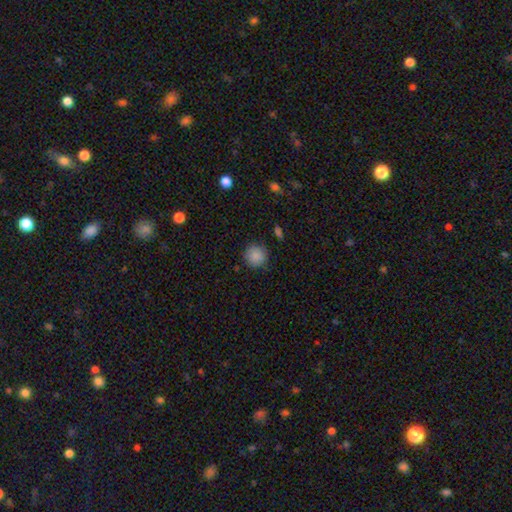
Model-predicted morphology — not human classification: smooth 87%, star or artifact 9%, featured or disk 4%. Down the decision tree: how rounded — round (93%); merging — none (87%).